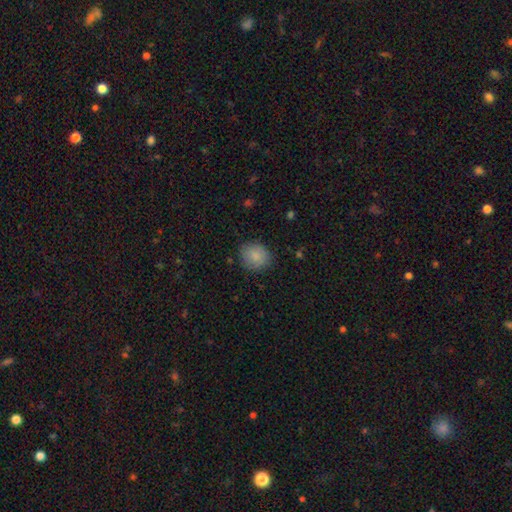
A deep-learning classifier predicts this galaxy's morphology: The model was most divided on "how rounded": round: 70%, in between: 29%, cigar-shaped: 1%. More confident: smooth or featured — smooth (85%); merging — none (81%).